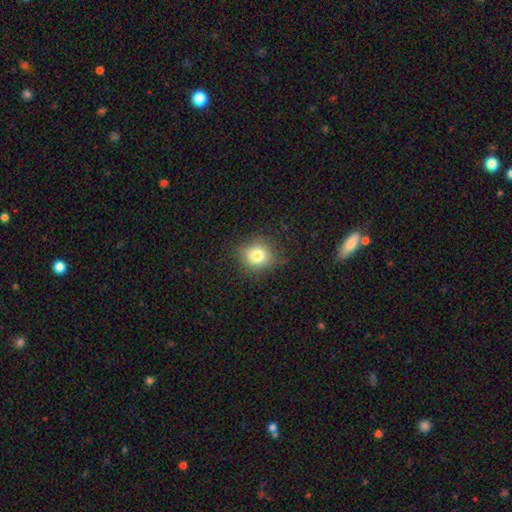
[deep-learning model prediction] smooth-or-featured: smooth: 80% | star or artifact: 12% | featured or disk: 8%
  how-rounded: round: 79% | in between: 20% | cigar-shaped: 1%
  merging: none: 86% | minor disturbance: 11% | major disturbance: 3% | merger: 1%